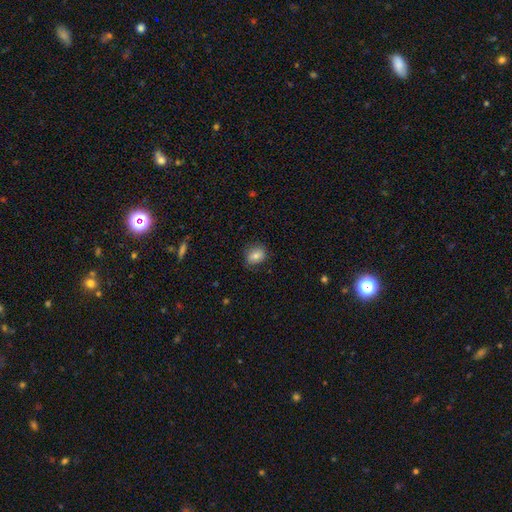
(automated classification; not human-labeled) Smooth or featured? Predicted: smooth (p=0.76). How rounded? Predicted: round (p=0.52). Merging? Predicted: none (p=0.78).